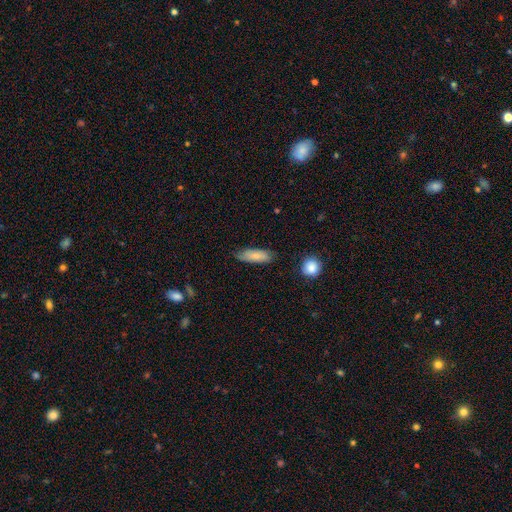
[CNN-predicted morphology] smooth_or_featured: smooth (p=0.79) [alt: featured or disk p=0.14]
how_rounded: in between (p=0.61) [alt: cigar-shaped p=0.37]
merging: none (p=0.75) [alt: minor disturbance p=0.19]